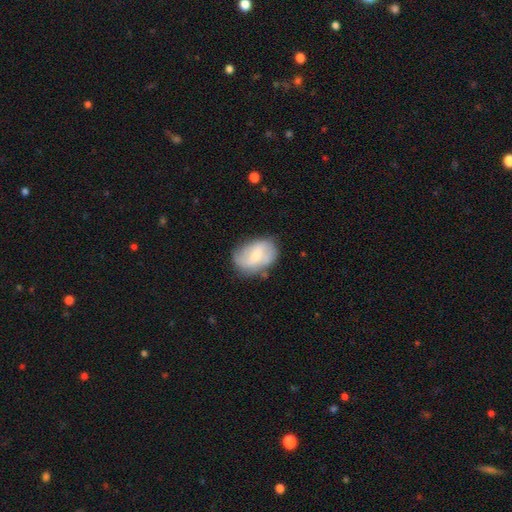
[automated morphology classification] Smooth or featured? Predicted: featured or disk (p=0.51). Edge-on disk? Predicted: no (p=0.96). Merging? Predicted: none (p=0.66).